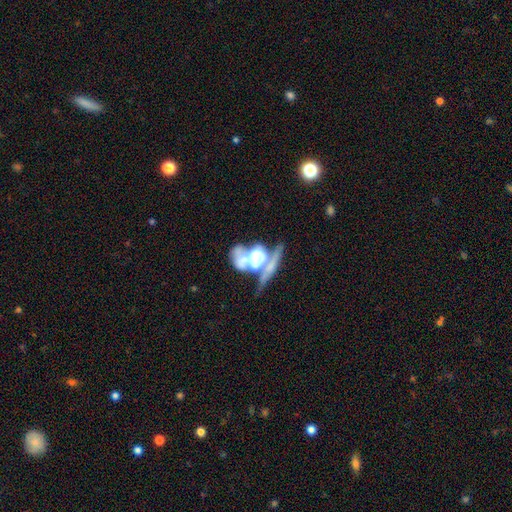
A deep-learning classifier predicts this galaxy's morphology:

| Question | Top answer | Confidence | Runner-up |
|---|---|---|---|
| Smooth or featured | featured or disk | 65% | smooth (26%) |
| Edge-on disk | no | 89% | yes (11%) |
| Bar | no | 73% | weak (14%) |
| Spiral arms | no | 71% | yes (29%) |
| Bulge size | large | 29% | moderate (26%) |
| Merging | merger | 55% | major disturbance (26%) |